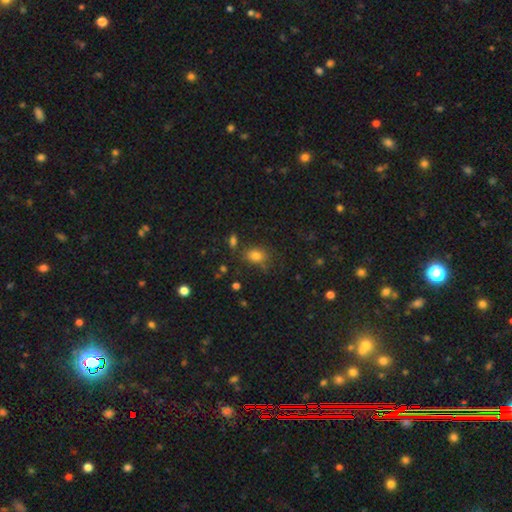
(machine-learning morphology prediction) Q: Smooth or featured?
A: smooth (80%); runner-up: star or artifact (13%)
Q: How rounded?
A: in between (71%); runner-up: round (27%)
Q: Merging?
A: none (70%); runner-up: minor disturbance (17%)